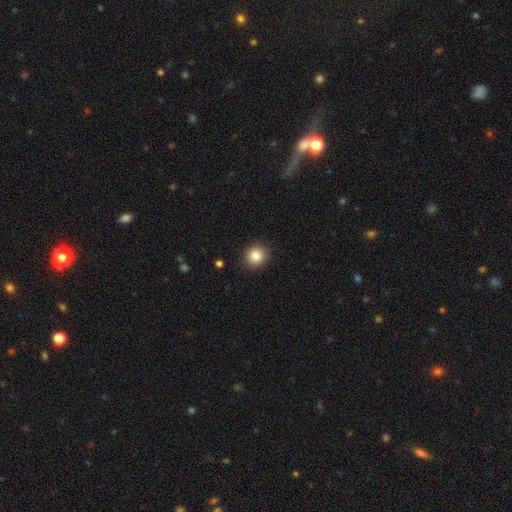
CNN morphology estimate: type=smooth (86%); roundness=round (85%); merging=none (90%).